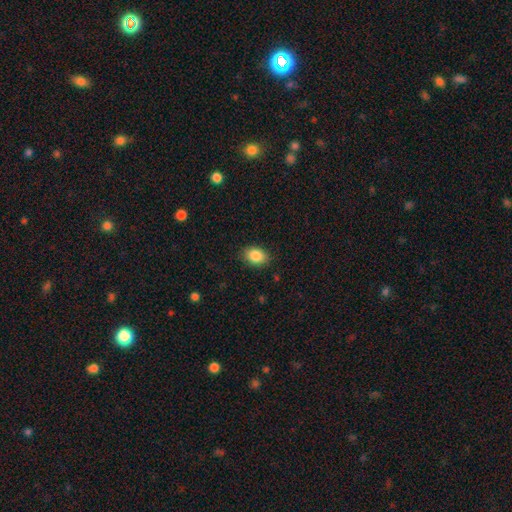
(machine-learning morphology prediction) smooth-or-featured: smooth: 87% | star or artifact: 8% | featured or disk: 5%
  how-rounded: in between: 72% | round: 27% | cigar-shaped: 1%
  merging: none: 86% | minor disturbance: 10% | major disturbance: 3% | merger: 1%